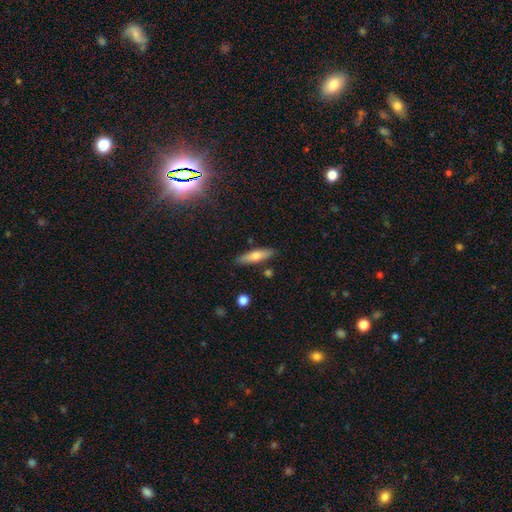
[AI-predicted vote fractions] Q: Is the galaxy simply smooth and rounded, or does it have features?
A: smooth — 66%.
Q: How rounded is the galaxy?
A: cigar-shaped — 67%.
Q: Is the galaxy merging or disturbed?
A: none — 84%.